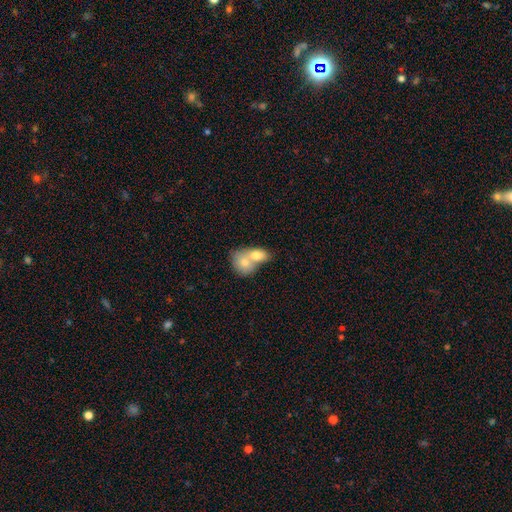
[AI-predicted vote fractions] This is likely a smooth galaxy (73%). How rounded: likely in between (69%). Merging: likely merger (76%).